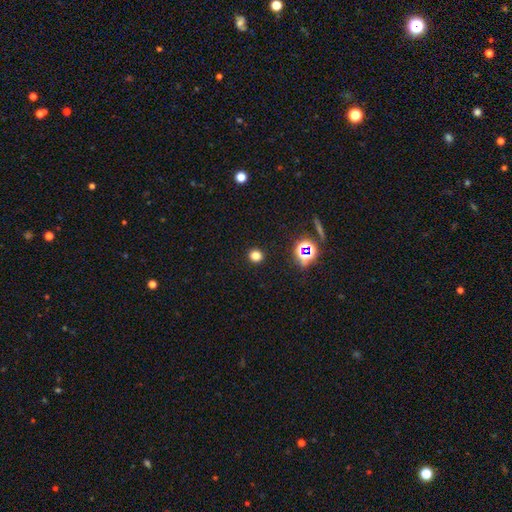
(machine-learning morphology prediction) smooth 75%, star or artifact 20%, featured or disk 5%. Down the decision tree: how rounded — round (90%); merging — none (92%).